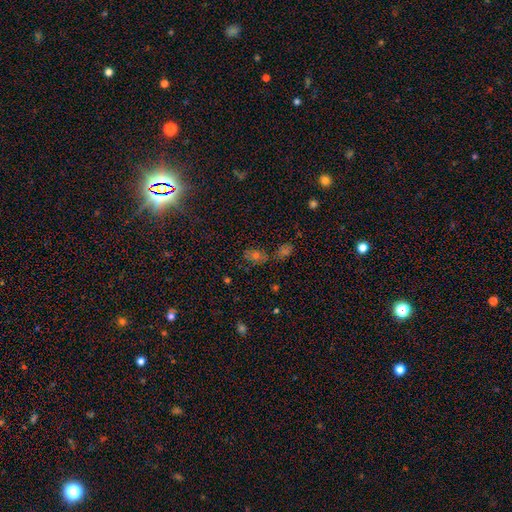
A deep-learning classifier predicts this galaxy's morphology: A star or artifact, not a galaxy (45%).